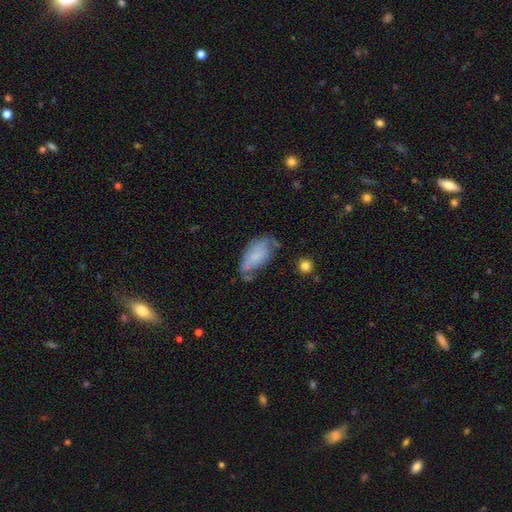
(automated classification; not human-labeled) Smooth or featured? smooth (64%)
How rounded? in between (91%)
Merging? minor disturbance (38%)